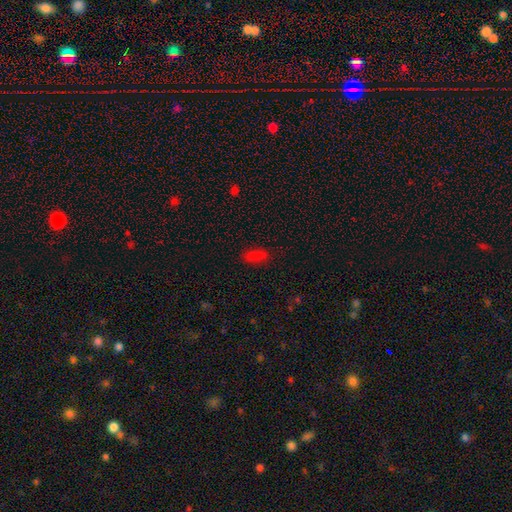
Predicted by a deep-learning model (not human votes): A smooth galaxy with no disk features (79%) that is in between round and cigar-shaped (79%).

Vote fractions:
- Smooth or featured? smooth: 79% / star or artifact: 16% / featured or disk: 6%
- How rounded? in between: 79% / cigar-shaped: 17% / round: 4%
- Merging? none: 83% / minor disturbance: 12% / major disturbance: 4% / merger: 2%